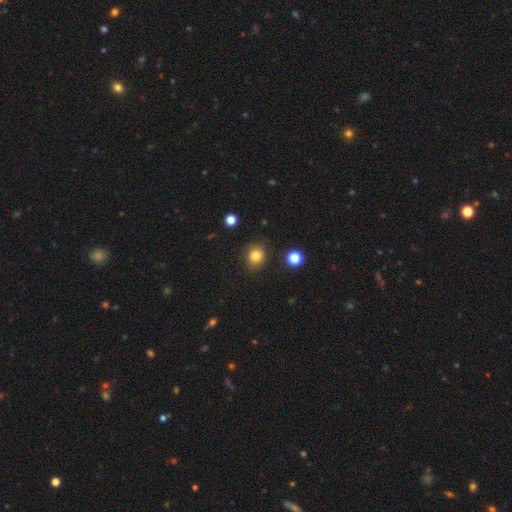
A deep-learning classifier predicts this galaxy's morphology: smooth_or_featured: smooth (p=0.82) [alt: star or artifact p=0.12]
how_rounded: round (p=0.80) [alt: in between p=0.19]
merging: none (p=0.84) [alt: minor disturbance p=0.11]